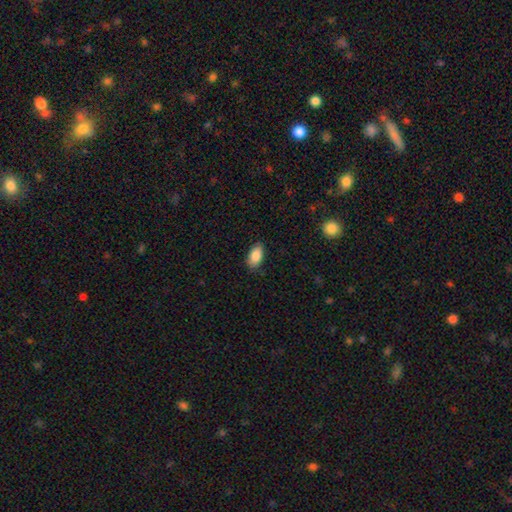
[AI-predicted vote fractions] Morphology: type=smooth (88%); roundness=in between (93%); merging=none (83%).